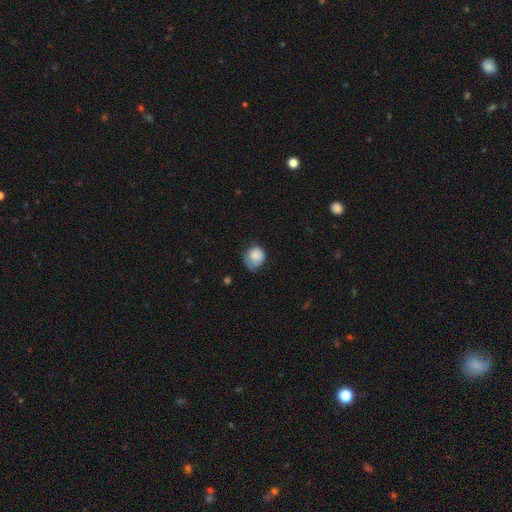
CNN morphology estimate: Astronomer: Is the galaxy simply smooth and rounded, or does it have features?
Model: smooth — 78%.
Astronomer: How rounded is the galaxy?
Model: round — 79%.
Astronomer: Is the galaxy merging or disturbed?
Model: none — 43% (runner-up: minor disturbance, 38%).